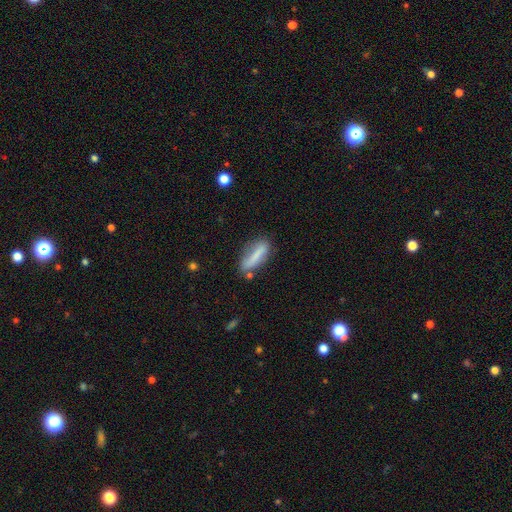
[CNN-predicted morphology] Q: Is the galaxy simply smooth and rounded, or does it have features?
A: smooth — 72%.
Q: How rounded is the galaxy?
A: cigar-shaped — 58%.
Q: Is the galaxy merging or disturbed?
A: none — 63%.